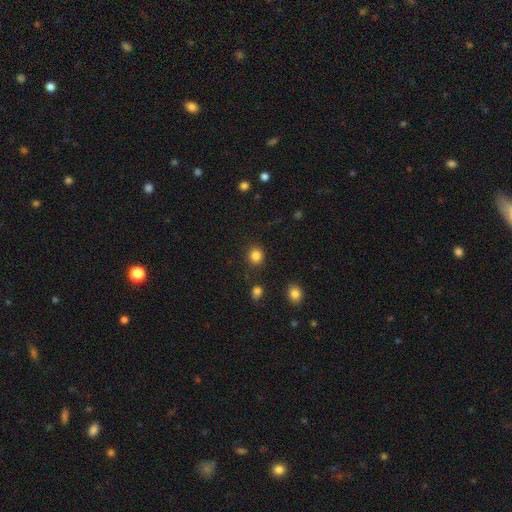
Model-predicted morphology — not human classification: This is clearly a smooth galaxy (84%). How rounded: clearly round (86%). Merging: clearly none (88%).